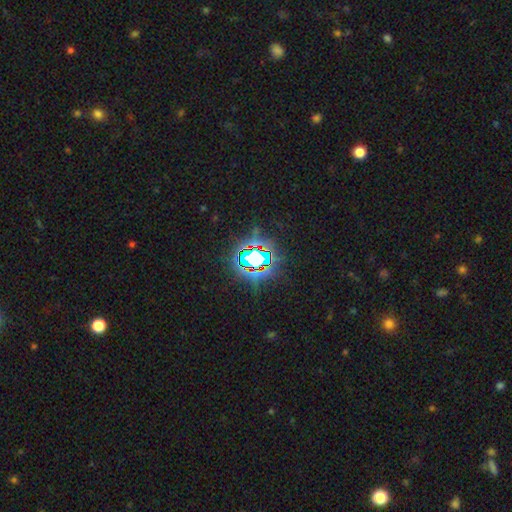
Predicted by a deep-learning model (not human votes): Smooth or featured?
  - star or artifact: 75% *
  - smooth: 15%
  - featured or disk: 11%